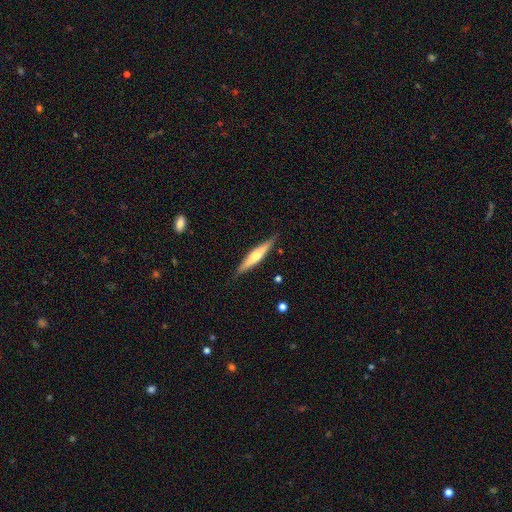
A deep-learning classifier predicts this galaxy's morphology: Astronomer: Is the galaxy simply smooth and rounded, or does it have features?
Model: featured or disk — 60% (runner-up: smooth, 35%).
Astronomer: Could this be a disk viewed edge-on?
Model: yes — 96%.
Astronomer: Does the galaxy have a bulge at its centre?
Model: rounded — 85%.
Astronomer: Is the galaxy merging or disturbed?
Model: none — 87%.